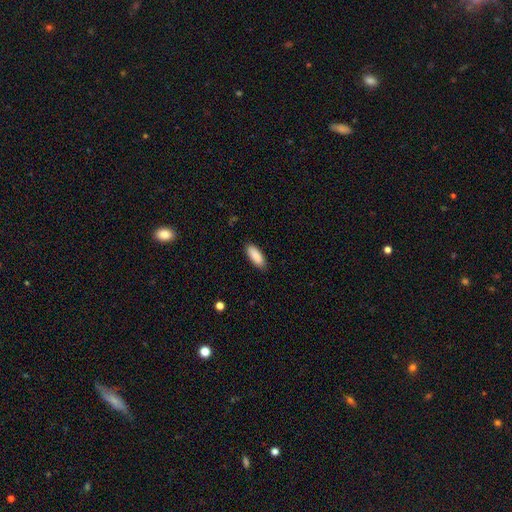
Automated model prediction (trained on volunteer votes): A smooth galaxy with no disk features (90%) that is in between round and cigar-shaped (71%).

Vote fractions:
- Smooth or featured? smooth: 90% / star or artifact: 6% / featured or disk: 5%
- How rounded? in between: 71% / cigar-shaped: 27% / round: 1%
- Merging? none: 88% / minor disturbance: 10% / major disturbance: 2% / merger: 1%